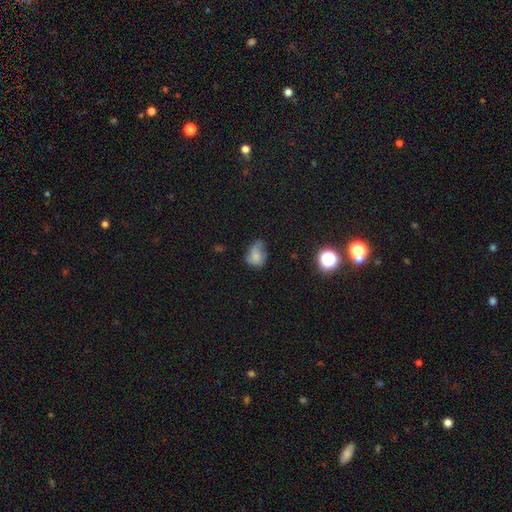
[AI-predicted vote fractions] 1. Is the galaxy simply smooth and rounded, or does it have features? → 60% smooth, 27% featured or disk, 13% star or artifact.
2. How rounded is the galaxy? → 67% in between, 31% round, 2% cigar-shaped.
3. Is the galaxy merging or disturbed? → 37% minor disturbance, 36% none, 24% major disturbance, 3% merger.